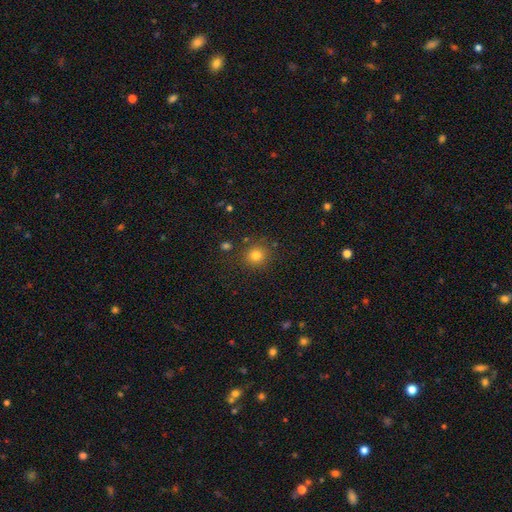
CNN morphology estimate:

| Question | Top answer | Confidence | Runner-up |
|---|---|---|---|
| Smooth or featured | smooth | 80% | star or artifact (14%) |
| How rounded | round | 87% | in between (12%) |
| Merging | none | 84% | minor disturbance (9%) |